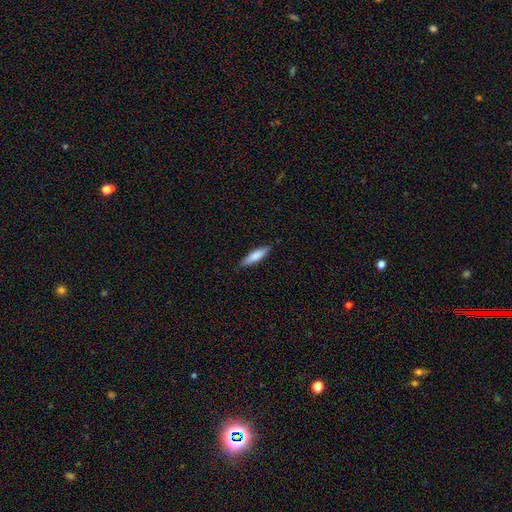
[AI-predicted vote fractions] A smooth galaxy with no disk features (77%) that is cigar-shaped (73%). Merging: none (88%).